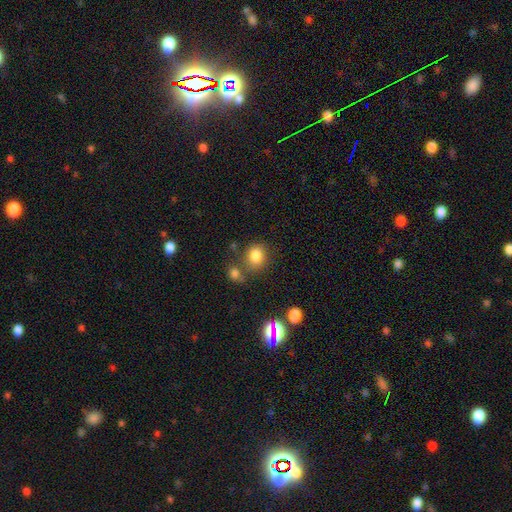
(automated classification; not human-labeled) Overall: smooth (80%). How rounded: round (60%; in between 39%). Merging: none (64%).